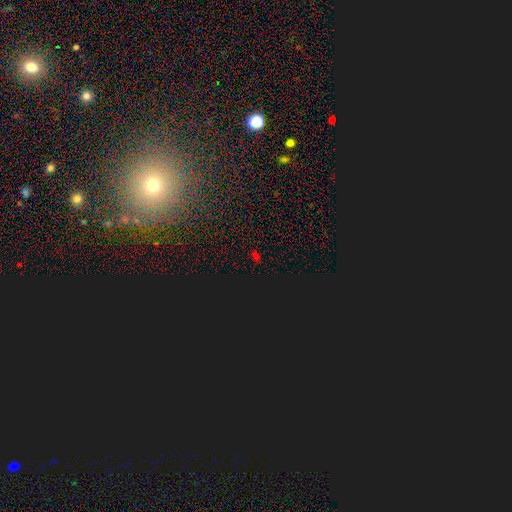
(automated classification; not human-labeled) A star or artifact, not a galaxy (66%).

Vote fractions:
- Smooth or featured? star or artifact: 66% / smooth: 26% / featured or disk: 7%